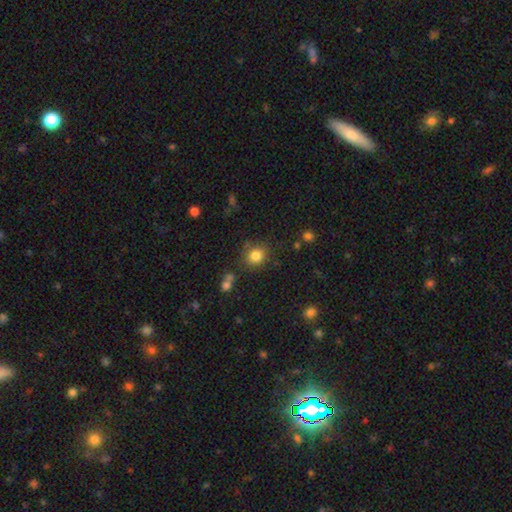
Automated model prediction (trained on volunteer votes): Morphology: type=smooth (83%); roundness=round (79%); merging=none (78%).